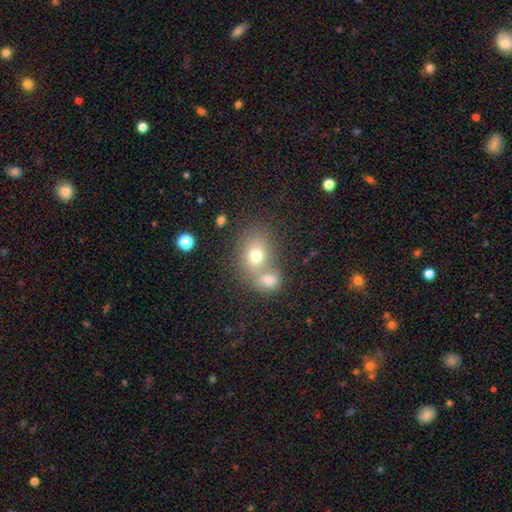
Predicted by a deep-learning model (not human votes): Q: Smooth or featured?
A: smooth (71%); runner-up: featured or disk (16%)
Q: How rounded?
A: round (52%); runner-up: in between (47%)
Q: Merging?
A: merger (52%); runner-up: none (36%)